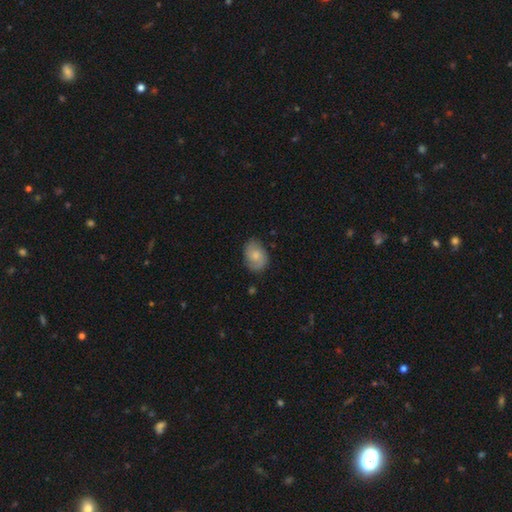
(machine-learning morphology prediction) smooth_or_featured: smooth (p=0.55) [alt: featured or disk p=0.38]
how_rounded: in between (p=0.72) [alt: round p=0.27]
merging: none (p=0.74) [alt: minor disturbance p=0.20]